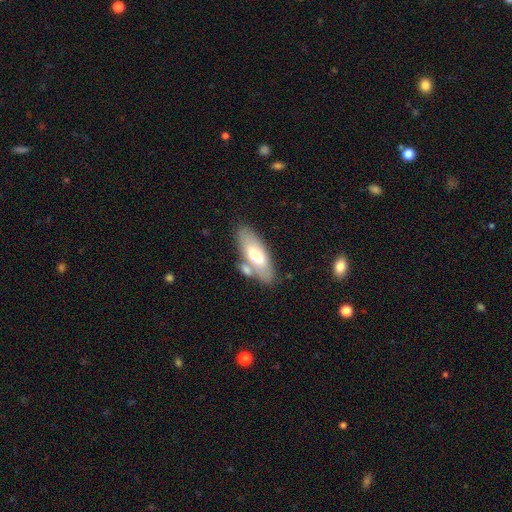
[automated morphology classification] Smooth or featured: smooth — 61% (featured or disk — 33%)
How rounded: in between — 73% (cigar-shaped — 25%)
Merging: none — 59% (merger — 23%)